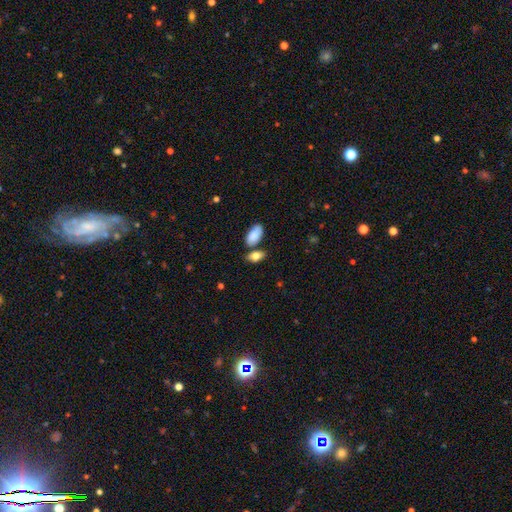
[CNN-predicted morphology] smooth-or-featured: smooth: 83% | featured or disk: 10% | star or artifact: 7%
  how-rounded: in between: 89% | round: 6% | cigar-shaped: 5%
  merging: none: 61% | merger: 20% | minor disturbance: 14% | major disturbance: 4%